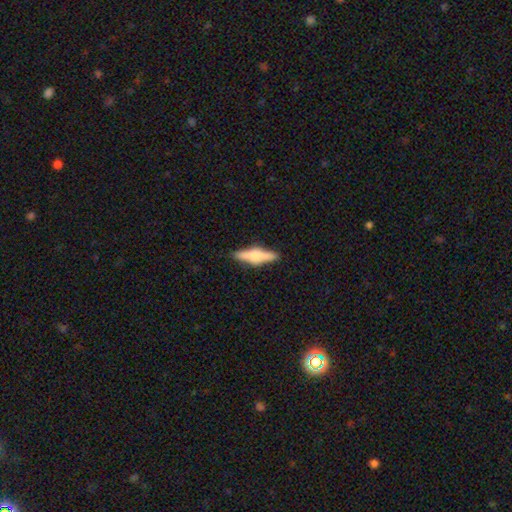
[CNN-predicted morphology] Overall: smooth (51%; featured or disk 43%). How rounded: cigar-shaped (71%). Merging: none (87%).